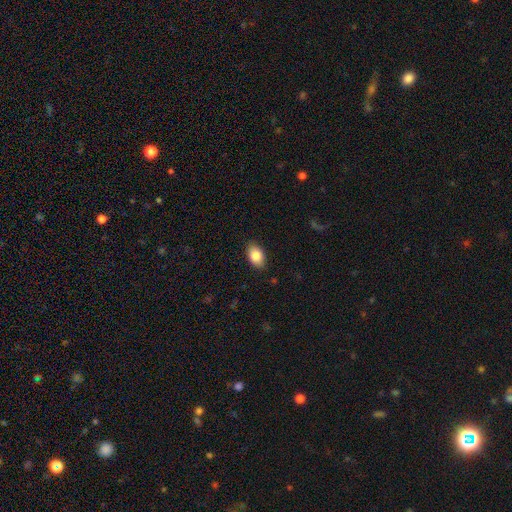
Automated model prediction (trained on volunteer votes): This is clearly a smooth galaxy (85%). How rounded: clearly in between (88%). Merging: clearly none (86%).